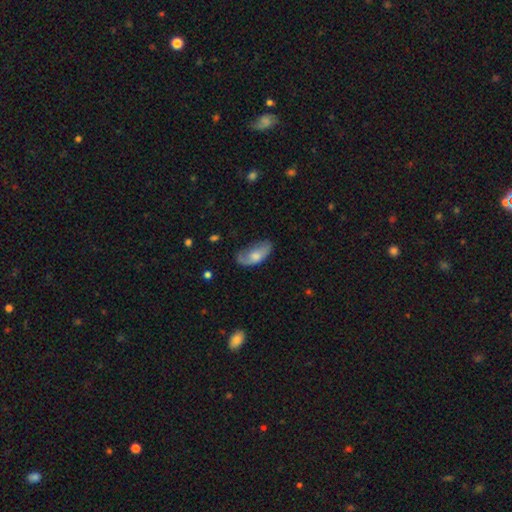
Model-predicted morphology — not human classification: smooth 58%, featured or disk 36%, star or artifact 6%. Down the decision tree: how rounded — in between (91%); merging — none (48%).